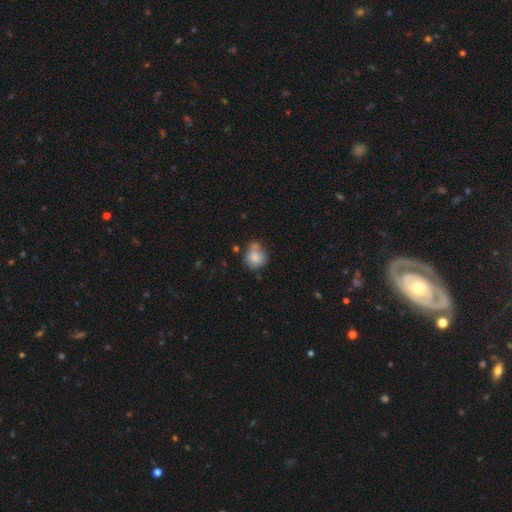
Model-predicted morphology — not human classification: smooth_or_featured: smooth (p=0.77) [alt: featured or disk p=0.14]
how_rounded: round (p=0.72) [alt: in between p=0.27]
merging: none (p=0.45) [alt: minor disturbance p=0.26]